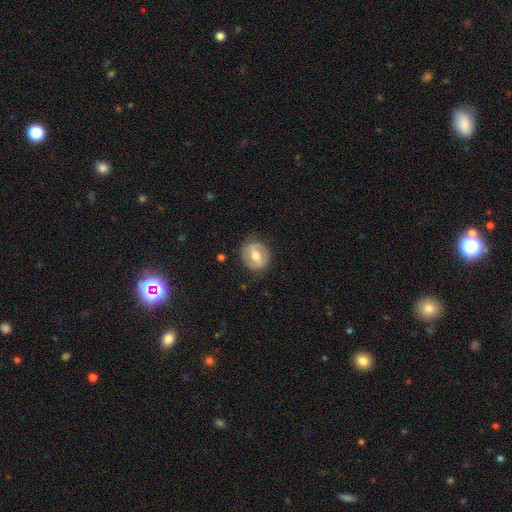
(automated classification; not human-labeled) This appears to be a featured or disk galaxy (52%). Merging: none (80%).